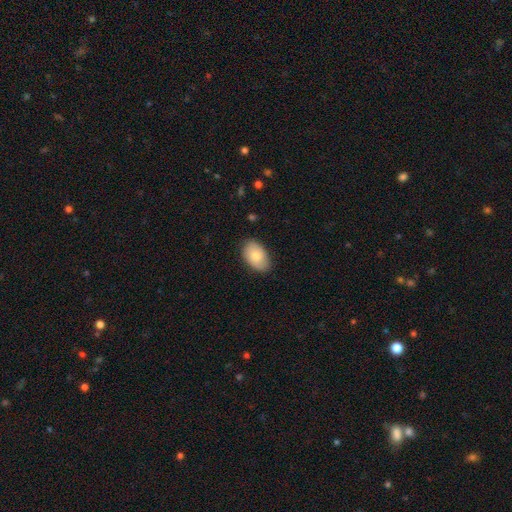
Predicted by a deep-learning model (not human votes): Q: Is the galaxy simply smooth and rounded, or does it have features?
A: smooth — 78%.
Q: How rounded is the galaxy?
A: in between — 91%.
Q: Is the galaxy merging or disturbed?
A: none — 82%.